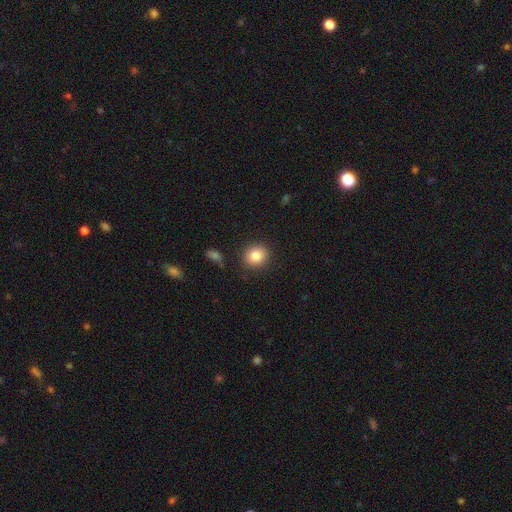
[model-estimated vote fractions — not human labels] Overall: smooth (83%). How rounded: round (79%). Merging: none (89%).